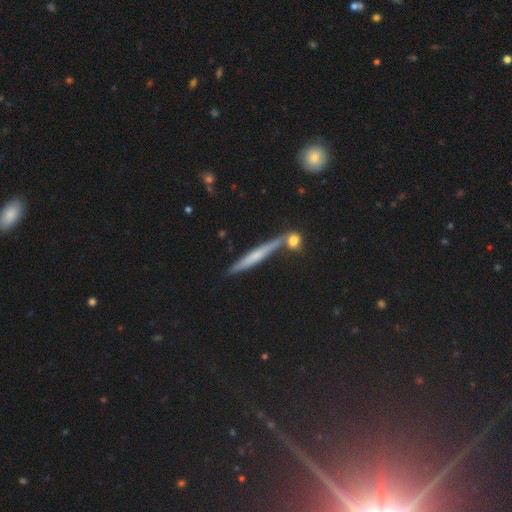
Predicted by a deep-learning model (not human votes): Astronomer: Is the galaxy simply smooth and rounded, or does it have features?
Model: featured or disk — 48% (runner-up: smooth, 42%).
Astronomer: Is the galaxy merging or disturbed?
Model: none — 77%.